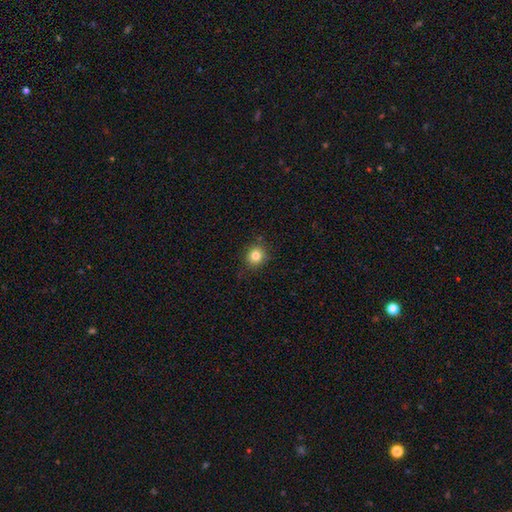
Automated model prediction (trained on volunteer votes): A smooth galaxy with no disk features (82%) that is round (82%).

Vote fractions:
- Smooth or featured? smooth: 82% / star or artifact: 12% / featured or disk: 7%
- How rounded? round: 82% / in between: 17% / cigar-shaped: 1%
- Merging? none: 86% / minor disturbance: 10% / major disturbance: 2% / merger: 1%